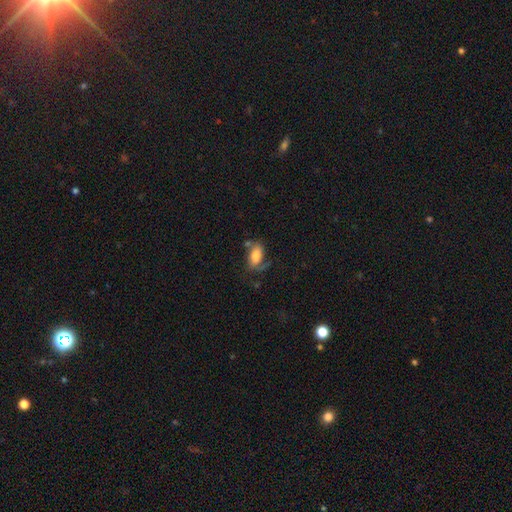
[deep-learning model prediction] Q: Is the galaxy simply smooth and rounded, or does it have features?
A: smooth — 67%.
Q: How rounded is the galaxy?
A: in between — 89%.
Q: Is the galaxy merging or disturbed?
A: none — 49%.